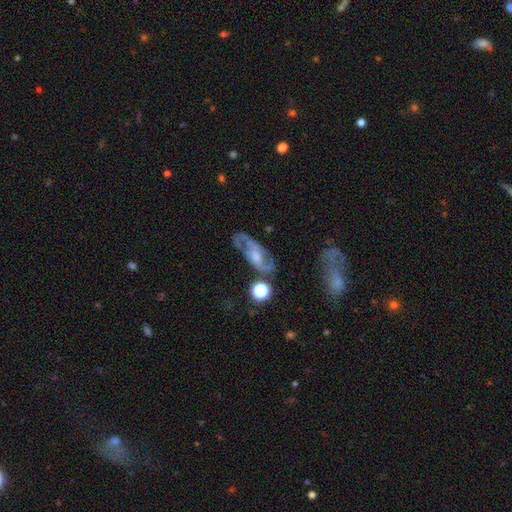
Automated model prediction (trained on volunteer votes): A featured or disk galaxy (78%) with no bar (45%), 2 (80%) medium (51%) spiral arms (88%) and a moderate central bulge (43%).

Vote fractions:
- Smooth or featured? featured or disk: 78% / smooth: 14% / star or artifact: 8%
- Edge-on disk? no: 90% / yes: 10%
- Bar? no: 45% / weak: 41% / strong: 14%
- Spiral arms? yes: 88% / no: 12%
- Spiral winding? medium: 51% / loose: 25% / tight: 24%
- Spiral arm count? 2: 80% / can't tell: 11% / 3: 3% / 1: 3% / 4: 1% / more than 4: 1%
- Bulge size? moderate: 43% / small: 37% / none: 10% / large: 8% / dominant: 2%
- Merging? none: 64% / minor disturbance: 18% / major disturbance: 12% / merger: 6%